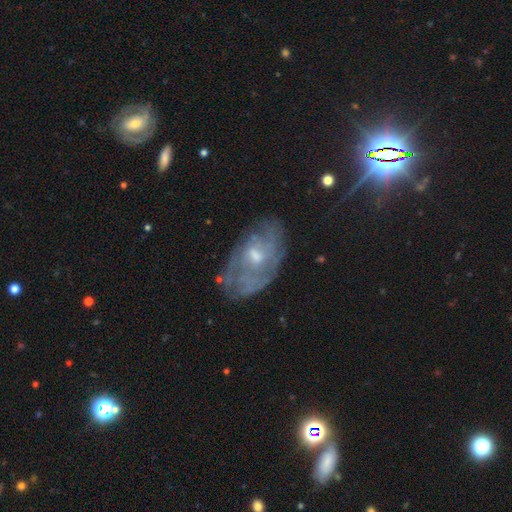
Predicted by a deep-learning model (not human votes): smooth-or-featured: featured or disk: 67% | star or artifact: 18% | smooth: 15%
  disk-edge-on: no: 93% | yes: 7%
    bar: no: 71% | weak: 23% | strong: 5%
    has-spiral-arms: yes: 75% | no: 25%
    bulge-size: small: 56% | moderate: 39% | none: 2% | large: 2% | dominant: 1%
  merging: none: 66% | minor disturbance: 21% | major disturbance: 10% | merger: 2%